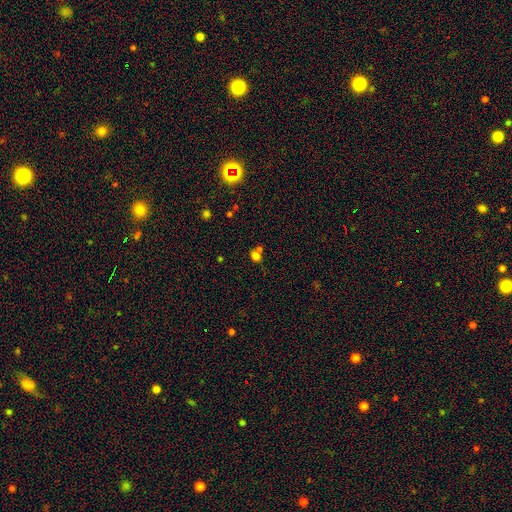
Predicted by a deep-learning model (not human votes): This is likely a smooth galaxy (67%). How rounded: possibly in between (58%). Merging: possibly none (46%).